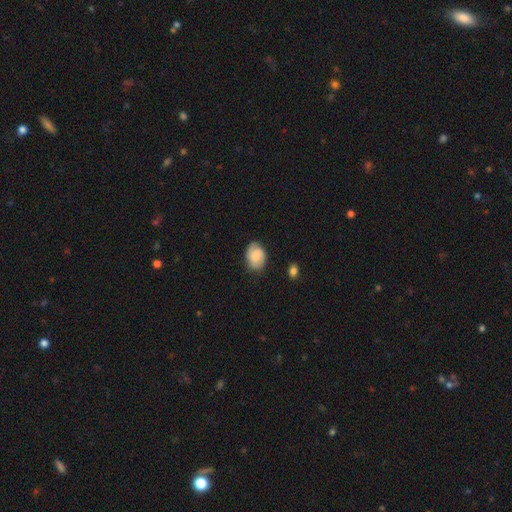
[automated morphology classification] Smooth or featured? Predicted: smooth (p=0.50). How rounded? Predicted: in between (p=0.76). Merging? Predicted: none (p=0.77).